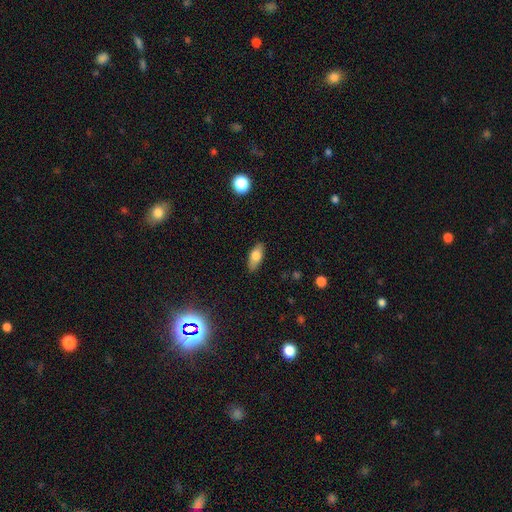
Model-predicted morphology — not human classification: Q: Smooth or featured?
A: smooth (74%); runner-up: featured or disk (19%)
Q: How rounded?
A: in between (80%); runner-up: cigar-shaped (16%)
Q: Merging?
A: none (87%); runner-up: minor disturbance (10%)